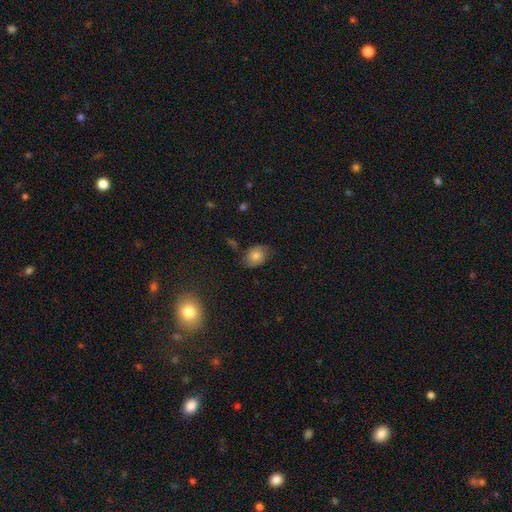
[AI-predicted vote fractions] Smooth or featured?
  - smooth: 74% *
  - featured or disk: 15%
  - star or artifact: 10%
How rounded?
  - in between: 69% *
  - round: 30%
  - cigar-shaped: 1%
Merging?
  - none: 66% *
  - minor disturbance: 26%
  - major disturbance: 6%
  - merger: 2%